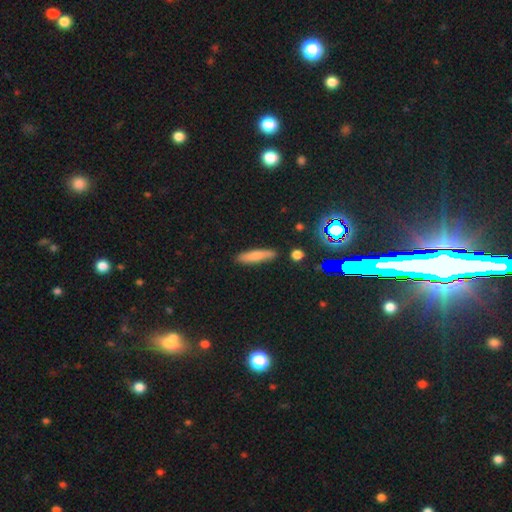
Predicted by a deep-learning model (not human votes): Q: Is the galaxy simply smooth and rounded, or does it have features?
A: smooth — 74%.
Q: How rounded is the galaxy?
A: cigar-shaped — 78%.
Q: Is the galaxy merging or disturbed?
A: none — 85%.